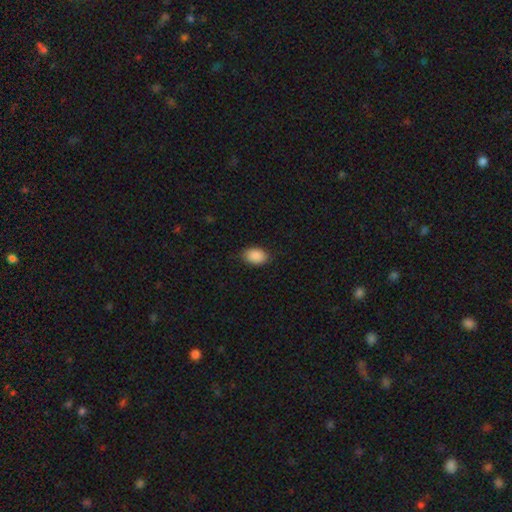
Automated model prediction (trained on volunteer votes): Morphology: type=smooth (90%); roundness=in between (86%); merging=none (84%).